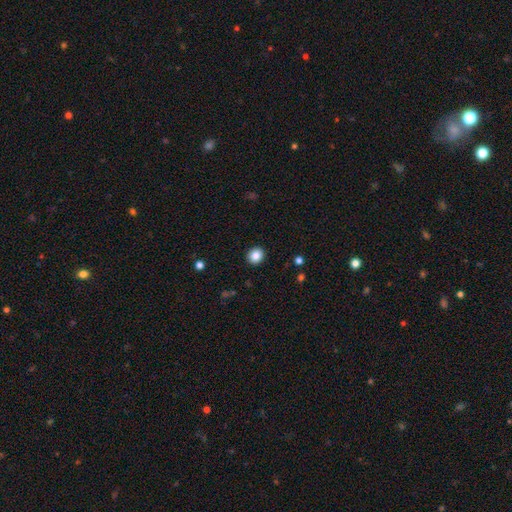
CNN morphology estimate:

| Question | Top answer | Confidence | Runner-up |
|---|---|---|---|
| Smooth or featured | smooth | 86% | star or artifact (10%) |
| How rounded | round | 80% | in between (20%) |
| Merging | none | 92% | minor disturbance (5%) |